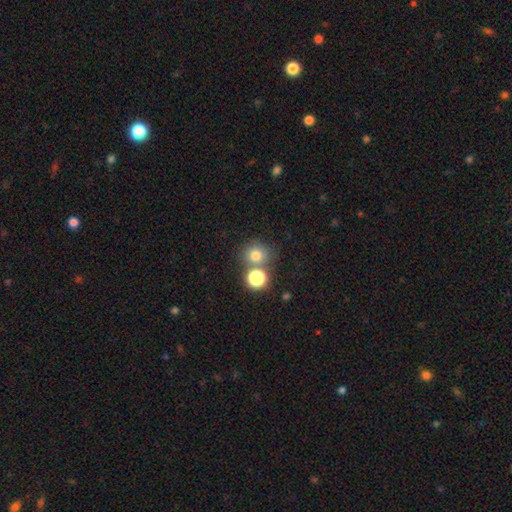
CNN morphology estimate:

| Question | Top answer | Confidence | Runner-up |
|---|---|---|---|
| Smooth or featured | smooth | 74% | star or artifact (17%) |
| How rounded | round | 85% | in between (14%) |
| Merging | none | 63% | merger (24%) |